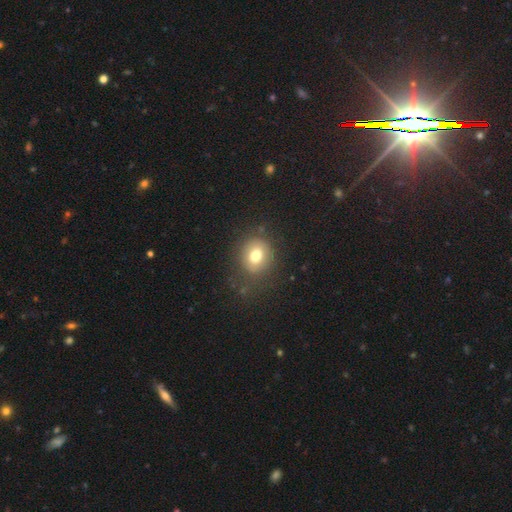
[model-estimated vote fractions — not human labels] A smooth galaxy with no disk features (74%) that is round (74%).

Vote fractions:
- Smooth or featured? smooth: 74% / featured or disk: 14% / star or artifact: 12%
- How rounded? round: 74% / in between: 25% / cigar-shaped: 1%
- Merging? none: 76% / minor disturbance: 14% / major disturbance: 7% / merger: 2%